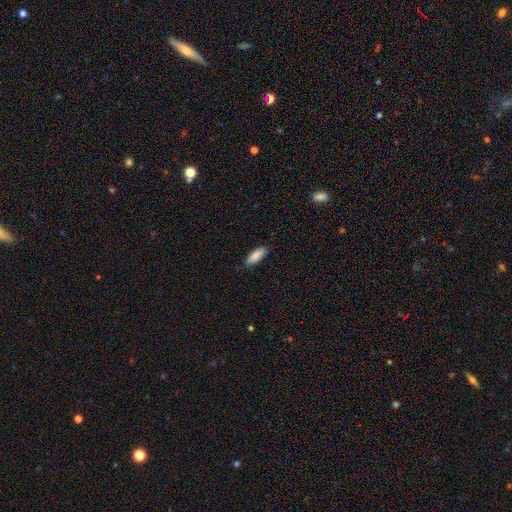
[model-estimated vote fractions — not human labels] This is clearly a smooth galaxy (88%). How rounded: likely in between (70%). Merging: clearly none (85%).